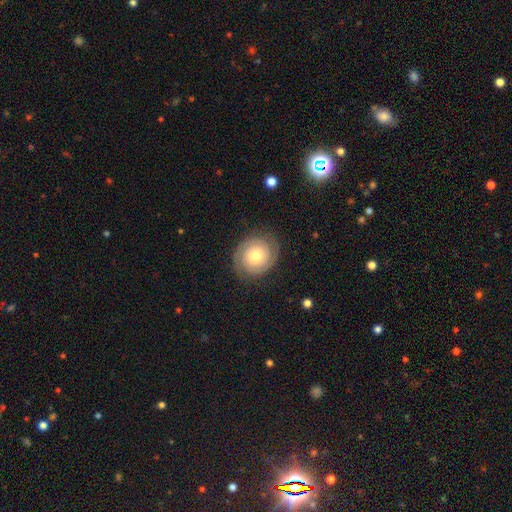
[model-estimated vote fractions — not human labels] smooth-or-featured: featured or disk: 69% | smooth: 24% | star or artifact: 7%
  disk-edge-on: no: 97% | yes: 3%
    bar: no: 80% | weak: 16% | strong: 4%
    has-spiral-arms: yes: 91% | no: 9%
      spiral-winding: tight: 73% | medium: 21% | loose: 6%
      spiral-arm-count: 2: 81% | can't tell: 10% | 3: 3% | 1: 3% | 4: 1% | more than 4: 1%
    bulge-size: moderate: 56% | small: 30% | large: 10% | dominant: 2% | none: 2%
  merging: none: 83% | minor disturbance: 12% | major disturbance: 5% | merger: 1%